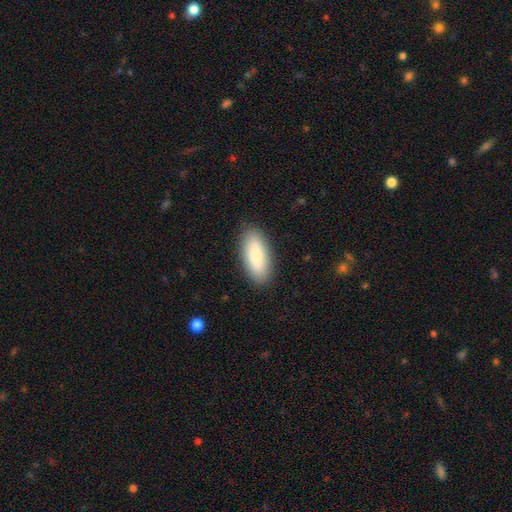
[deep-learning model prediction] Smooth or featured? smooth (84%)
How rounded? in between (79%)
Merging? none (89%)